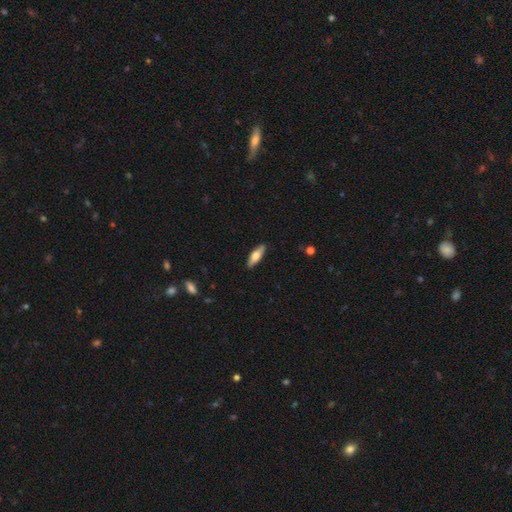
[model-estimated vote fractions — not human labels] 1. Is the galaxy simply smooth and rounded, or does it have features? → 67% smooth, 27% featured or disk, 6% star or artifact.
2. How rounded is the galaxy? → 51% in between, 47% cigar-shaped, 2% round.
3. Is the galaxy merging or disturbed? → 89% none, 9% minor disturbance, 2% major disturbance, 1% merger.